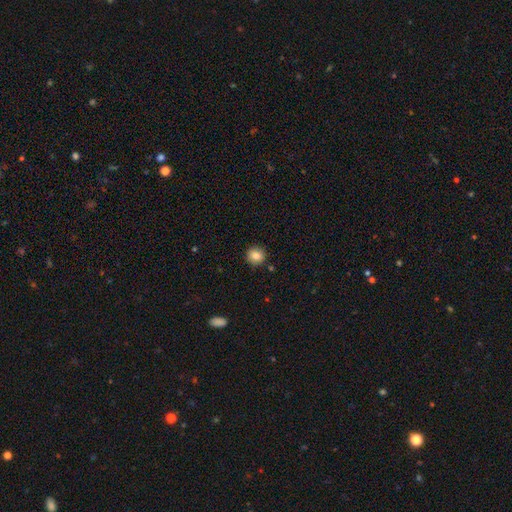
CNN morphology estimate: Smooth or featured? Predicted: smooth (p=0.85). How rounded? Predicted: round (p=0.92). Merging? Predicted: none (p=0.90).